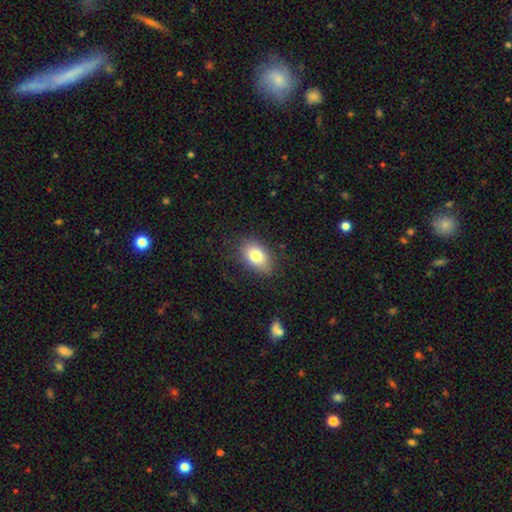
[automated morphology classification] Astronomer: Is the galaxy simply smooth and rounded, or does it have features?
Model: smooth — 79%.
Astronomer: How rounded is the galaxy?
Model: in between — 87%.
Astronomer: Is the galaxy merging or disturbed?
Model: none — 83%.